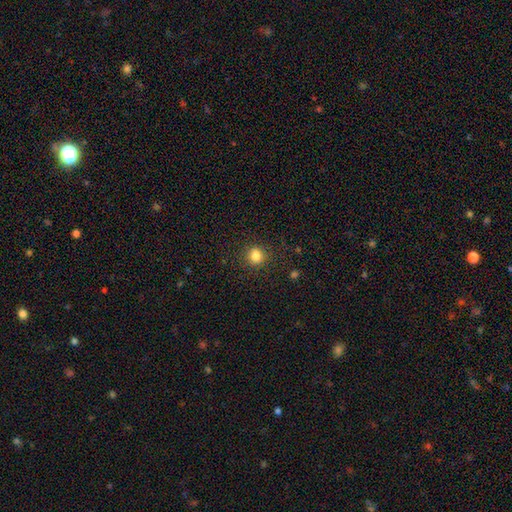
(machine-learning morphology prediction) smooth_or_featured: smooth (p=0.83) [alt: star or artifact p=0.12]
how_rounded: round (p=0.74) [alt: in between p=0.25]
merging: none (p=0.85) [alt: minor disturbance p=0.10]